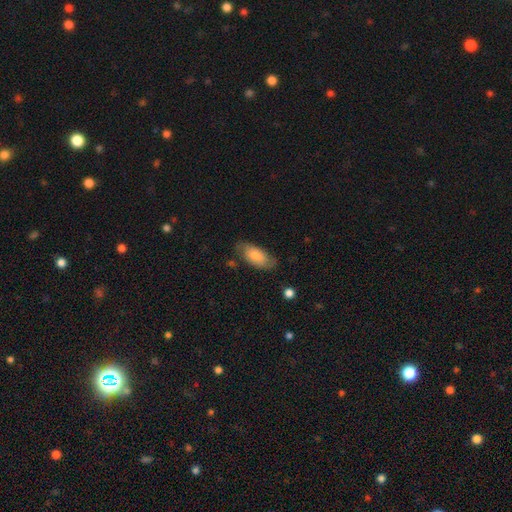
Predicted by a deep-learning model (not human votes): Smooth or featured? Predicted: smooth (p=0.65). How rounded? Predicted: in between (p=0.92). Merging? Predicted: none (p=0.67).